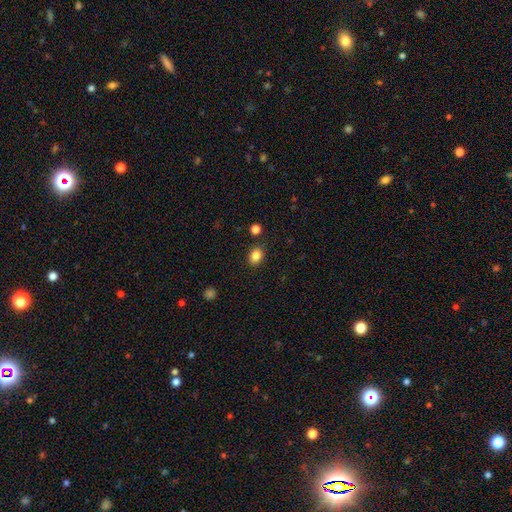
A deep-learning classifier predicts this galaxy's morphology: Smooth or featured? smooth (84%)
How rounded? in between (52%)
Merging? none (86%)